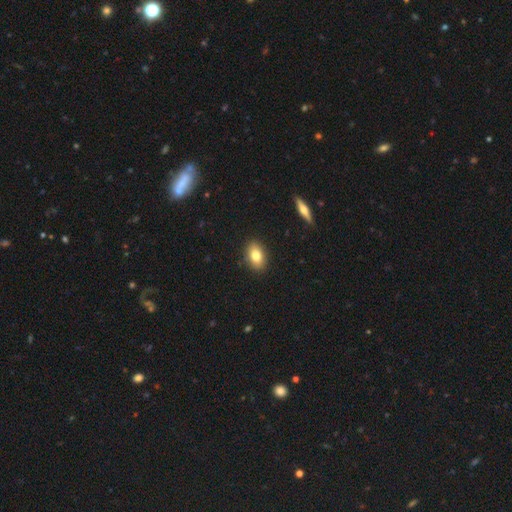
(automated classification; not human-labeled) A smooth galaxy with no disk features (80%) that is in between round and cigar-shaped (82%). Merging: none (89%).